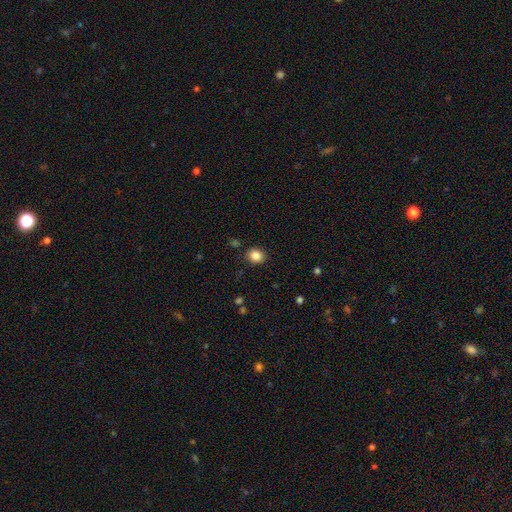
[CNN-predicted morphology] This is clearly a smooth galaxy (86%). How rounded: likely round (71%). Merging: clearly none (86%).